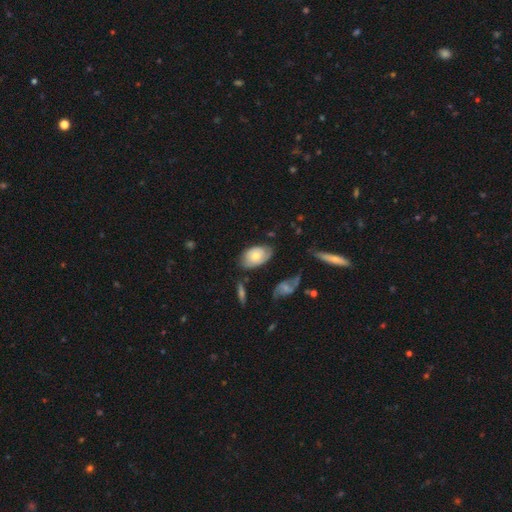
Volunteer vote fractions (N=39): A smooth galaxy with no disk features (62%) that is in between round and cigar-shaped (92%).

Vote fractions:
- Smooth or featured? smooth: 62% / featured or disk: 33% / star or artifact: 5%
- How rounded? in between: 92% / round: 4% / cigar-shaped: 4%
- Merging? none: 57% / minor disturbance: 38% / major disturbance: 3% / merger: 3%